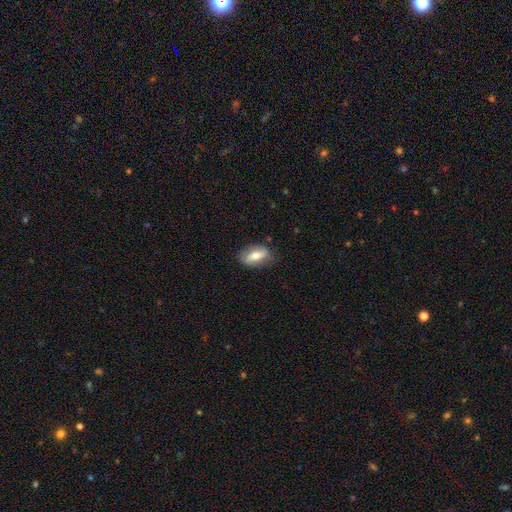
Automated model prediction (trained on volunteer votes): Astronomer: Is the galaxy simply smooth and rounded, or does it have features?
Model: smooth — 58% (runner-up: featured or disk, 35%).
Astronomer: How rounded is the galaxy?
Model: in between — 84%.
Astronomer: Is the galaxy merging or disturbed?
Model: none — 78%.